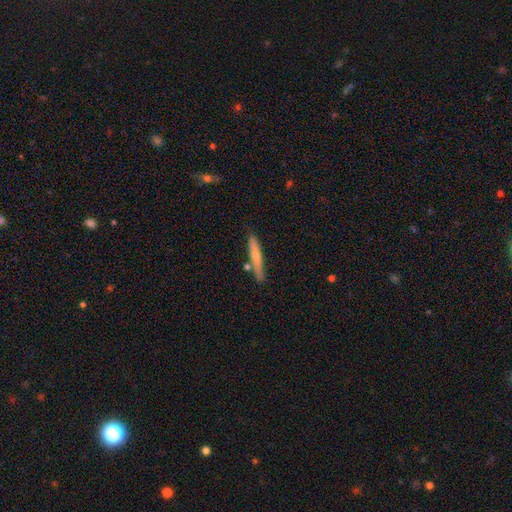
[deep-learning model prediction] Smooth or featured? smooth (56%)
How rounded? cigar-shaped (92%)
Merging? none (78%)